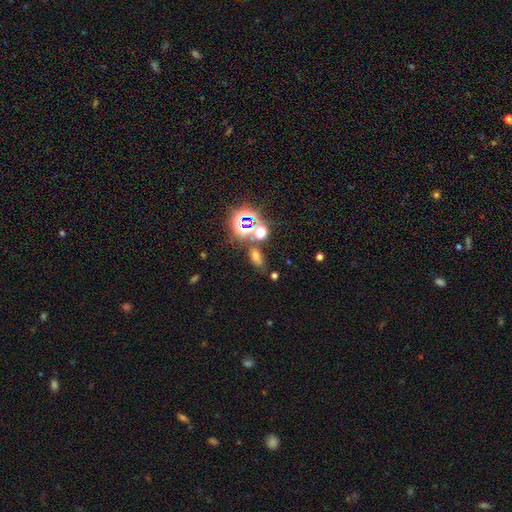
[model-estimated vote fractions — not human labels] Smooth or featured: smooth — 49% (star or artifact — 40%)
Merging: none — 65% (minor disturbance — 15%)